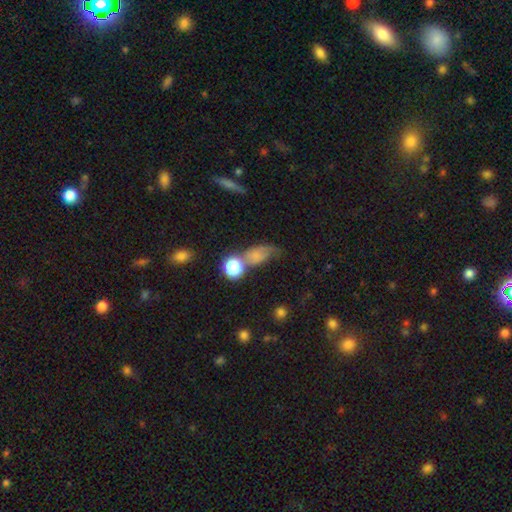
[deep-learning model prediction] Smooth or featured? smooth (69%)
How rounded? in between (63%)
Merging? none (33%)